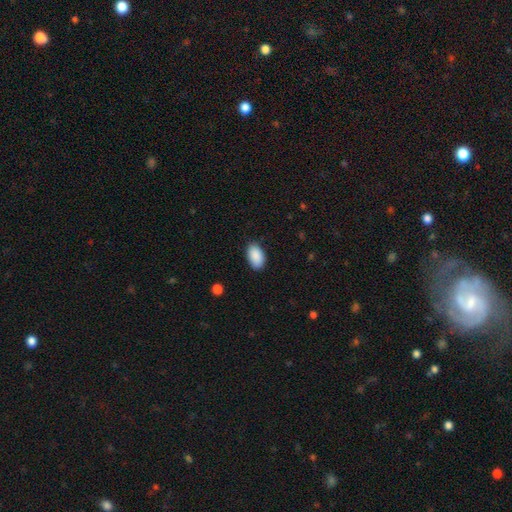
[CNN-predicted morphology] smooth-or-featured: smooth: 90% | star or artifact: 6% | featured or disk: 4%
  how-rounded: in between: 94% | round: 5% | cigar-shaped: 1%
  merging: none: 86% | minor disturbance: 11% | major disturbance: 2% | merger: 1%